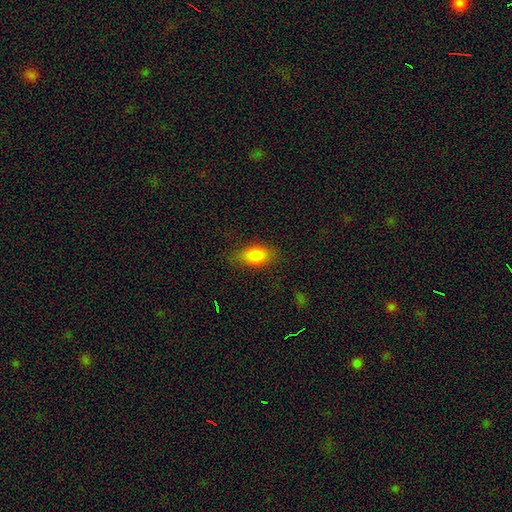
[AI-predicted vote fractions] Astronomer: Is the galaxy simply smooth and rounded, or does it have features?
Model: smooth — 85%.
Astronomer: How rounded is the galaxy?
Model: in between — 91%.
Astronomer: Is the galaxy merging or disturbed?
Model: none — 80%.